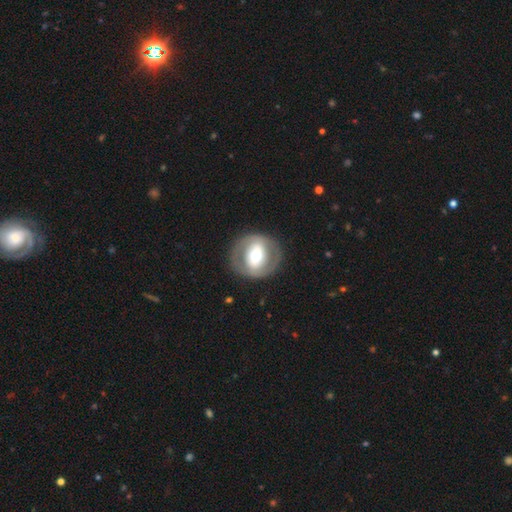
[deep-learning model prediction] A featured or disk galaxy (58%) with a strong bar (37%), no spiral arms (70%) and a moderate central bulge (64%).

Vote fractions:
- Smooth or featured? featured or disk: 58% / smooth: 37% / star or artifact: 5%
- Edge-on disk? no: 95% / yes: 5%
- Bar? strong: 37% / no: 34% / weak: 30%
- Spiral arms? no: 70% / yes: 30%
- Bulge size? moderate: 64% / large: 24% / small: 8% / dominant: 2% / none: 1%
- Merging? none: 84% / minor disturbance: 9% / major disturbance: 6% / merger: 1%